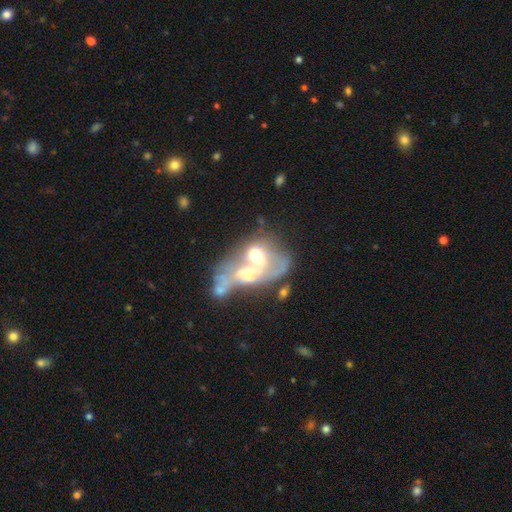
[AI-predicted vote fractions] Smooth or featured: featured or disk — 58% (smooth — 30%)
Edge-on disk: no — 95% (yes — 5%)
Bar: no — 74% (weak — 19%)
Spiral arms: no — 73% (yes — 27%)
Bulge size: moderate — 52% (large — 21%)
Merging: merger — 61% (major disturbance — 21%)